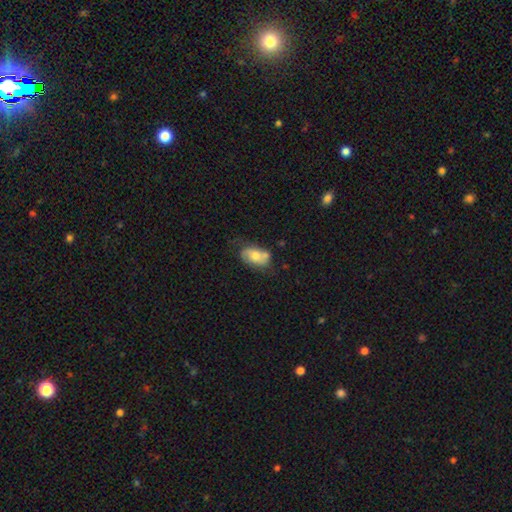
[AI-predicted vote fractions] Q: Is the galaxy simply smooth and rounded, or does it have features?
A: smooth — 60%.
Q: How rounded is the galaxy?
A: in between — 88%.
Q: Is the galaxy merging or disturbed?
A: none — 49%.